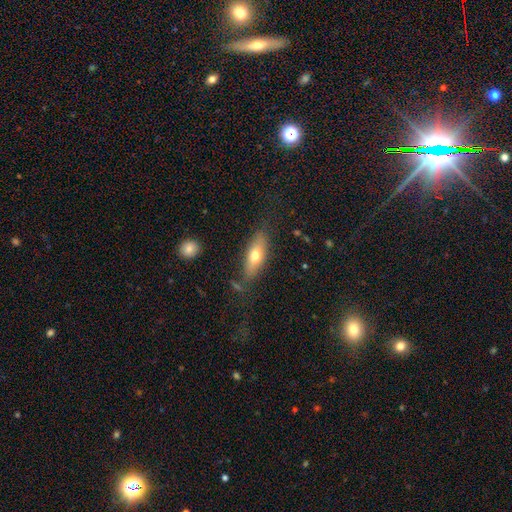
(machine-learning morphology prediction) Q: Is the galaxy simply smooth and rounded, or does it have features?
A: smooth — 64%.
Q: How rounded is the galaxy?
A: in between — 59%.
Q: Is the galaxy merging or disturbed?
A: none — 76%.